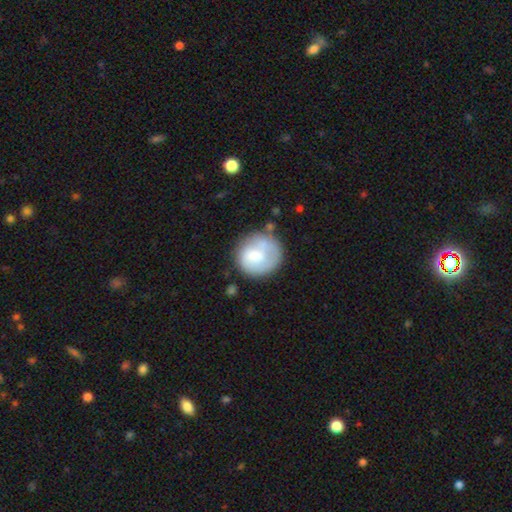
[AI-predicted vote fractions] Smooth or featured?
  - smooth: 64% *
  - featured or disk: 29%
  - star or artifact: 7%
How rounded?
  - round: 87% *
  - in between: 12%
  - cigar-shaped: 1%
Merging?
  - none: 58% *
  - minor disturbance: 21%
  - major disturbance: 13%
  - merger: 7%